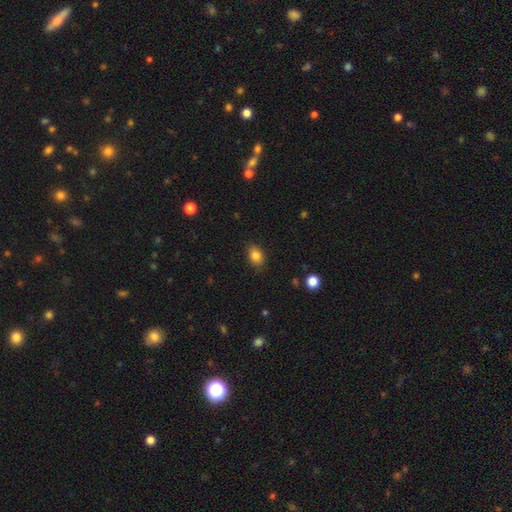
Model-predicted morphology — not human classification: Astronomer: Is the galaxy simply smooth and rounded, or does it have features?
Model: smooth — 84%.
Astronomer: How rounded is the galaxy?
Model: in between — 77%.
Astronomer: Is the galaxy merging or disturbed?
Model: none — 85%.